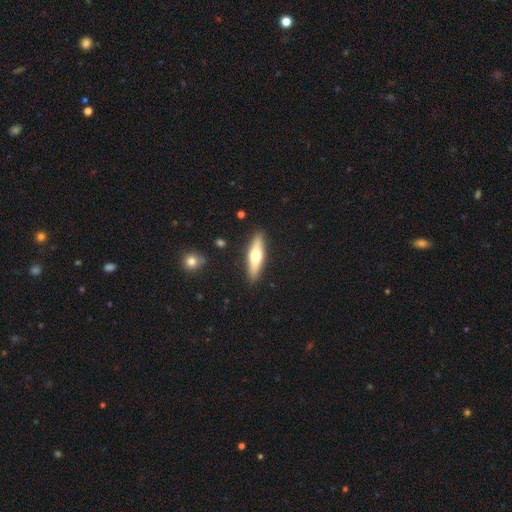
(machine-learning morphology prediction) type=smooth (53%); roundness=cigar-shaped (68%); merging=none (89%).